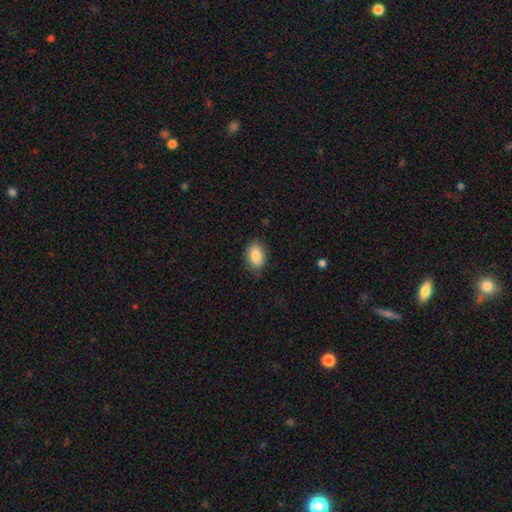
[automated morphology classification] Smooth or featured? smooth (86%)
How rounded? in between (88%)
Merging? none (79%)